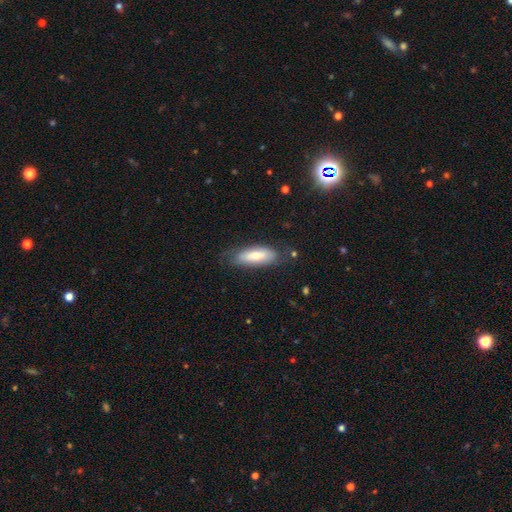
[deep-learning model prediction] Smooth or featured? Predicted: smooth (p=0.67). How rounded? Predicted: in between (p=0.67). Merging? Predicted: none (p=0.70).